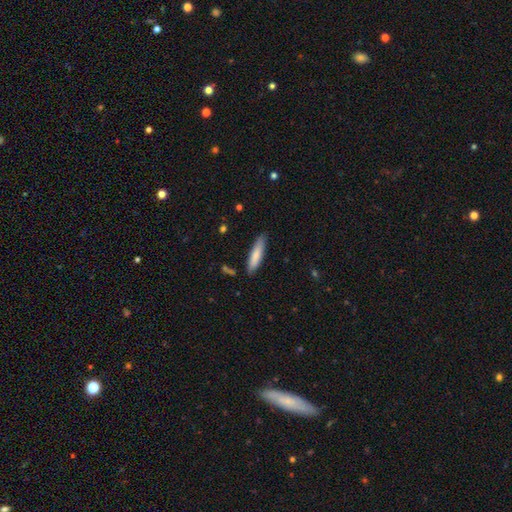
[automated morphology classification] Overall: smooth (79%). How rounded: cigar-shaped (80%). Merging: none (84%).